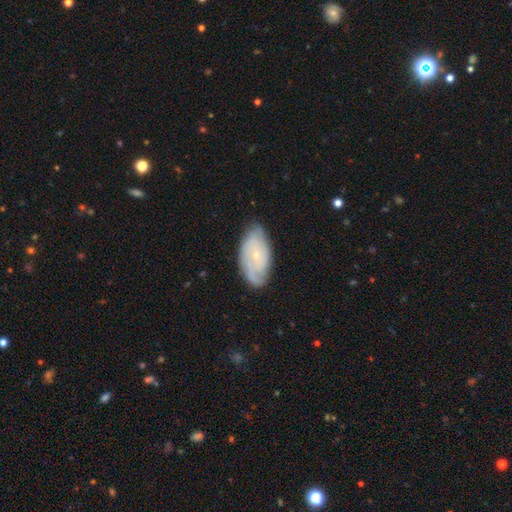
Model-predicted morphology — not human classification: Overall: featured or disk (71%). Edge-on disk: no (94%). Bar: no (76%). Spiral arms: yes (90%). Spiral arm count: can't tell (36%; 2 35%). Spiral winding: tight (62%; medium 29%). Bulge size: small (75%). Merging: none (73%).